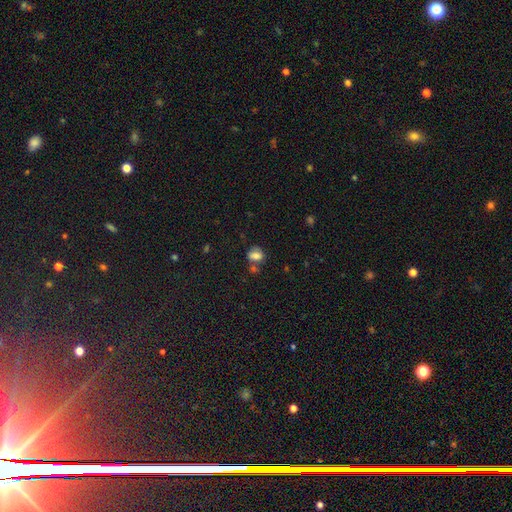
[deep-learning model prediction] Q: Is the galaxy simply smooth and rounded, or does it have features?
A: smooth — 75%.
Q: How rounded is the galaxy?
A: in between — 53%.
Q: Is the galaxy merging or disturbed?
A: none — 52%.